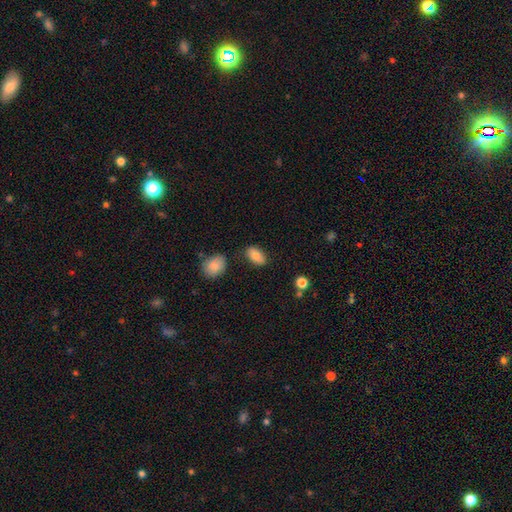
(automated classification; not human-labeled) smooth_or_featured: smooth (p=0.84) [alt: featured or disk p=0.09]
how_rounded: in between (p=0.92) [alt: round p=0.05]
merging: none (p=0.79) [alt: minor disturbance p=0.14]